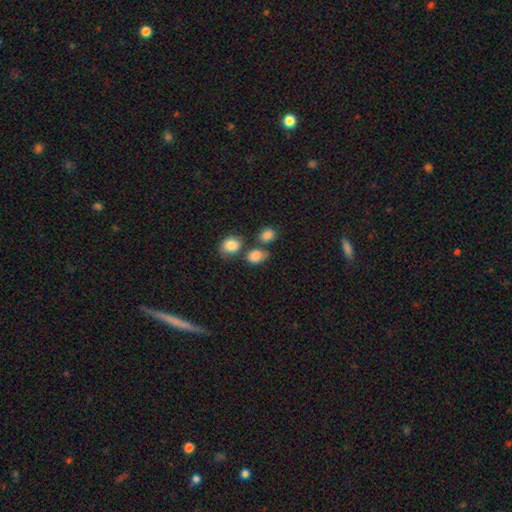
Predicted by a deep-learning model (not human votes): Smooth or featured?
  - smooth: 84% *
  - star or artifact: 10%
  - featured or disk: 6%
How rounded?
  - in between: 54% *
  - round: 45%
  - cigar-shaped: 1%
Merging?
  - none: 53% *
  - merger: 27%
  - minor disturbance: 15%
  - major disturbance: 6%